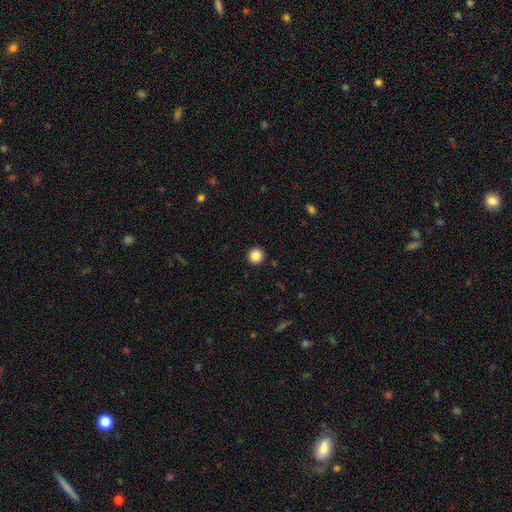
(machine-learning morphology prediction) This appears to be a smooth galaxy with no disk features (87%) that is round (95%). Merging: none (93%).